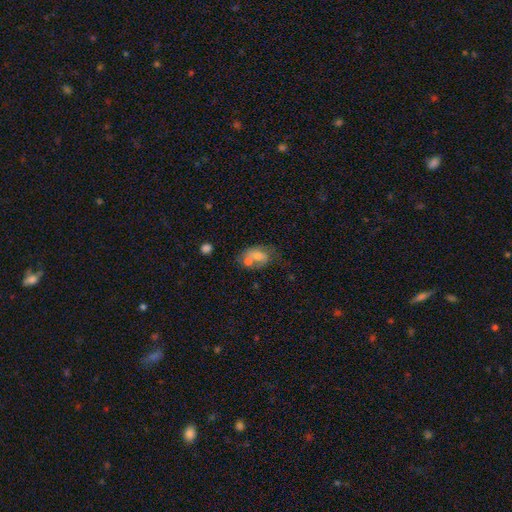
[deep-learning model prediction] Overall: smooth (59%; featured or disk 32%). How rounded: in between (76%). Merging: merger (41%; none 28%).